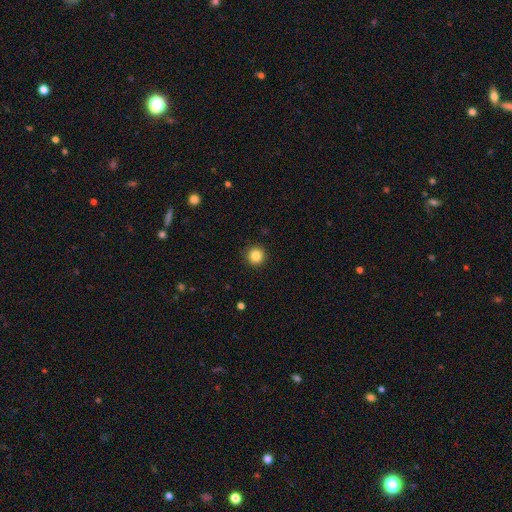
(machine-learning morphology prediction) A smooth galaxy with no disk features (86%) that is round (95%). Merging: none (92%).